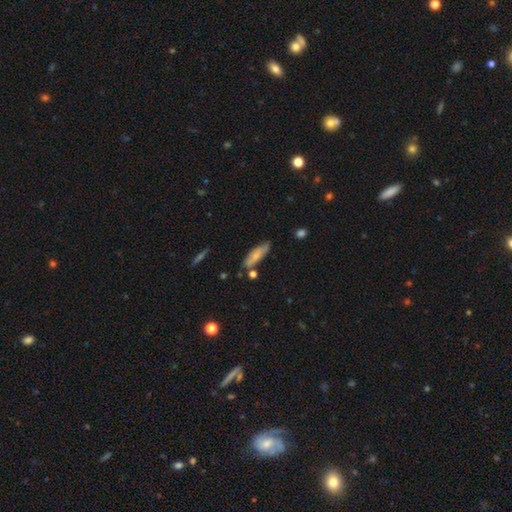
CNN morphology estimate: This is likely a smooth galaxy (73%). How rounded: possibly cigar-shaped (55%). Merging: likely none (73%).